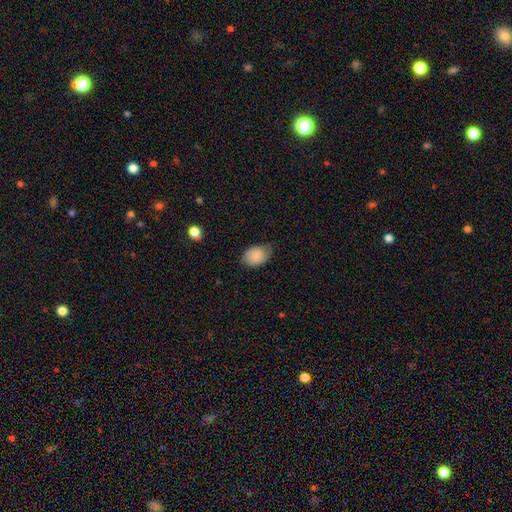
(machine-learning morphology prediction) Overall: smooth (78%). How rounded: in between (73%). Merging: none (52%; minor disturbance 37%).